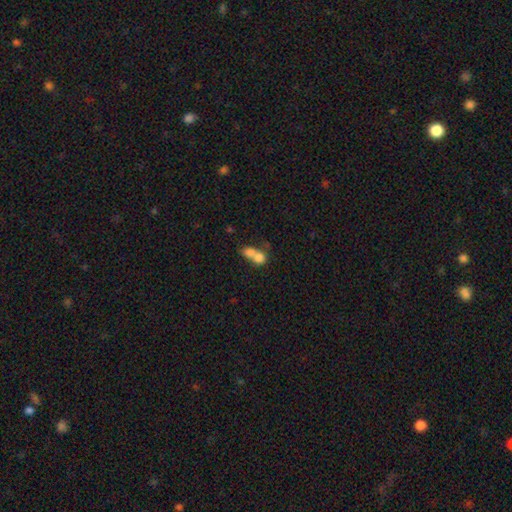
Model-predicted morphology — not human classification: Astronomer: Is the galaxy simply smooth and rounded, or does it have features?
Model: smooth — 73%.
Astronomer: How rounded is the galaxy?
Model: round — 55% (runner-up: in between, 43%).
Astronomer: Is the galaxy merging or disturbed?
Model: merger — 74%.